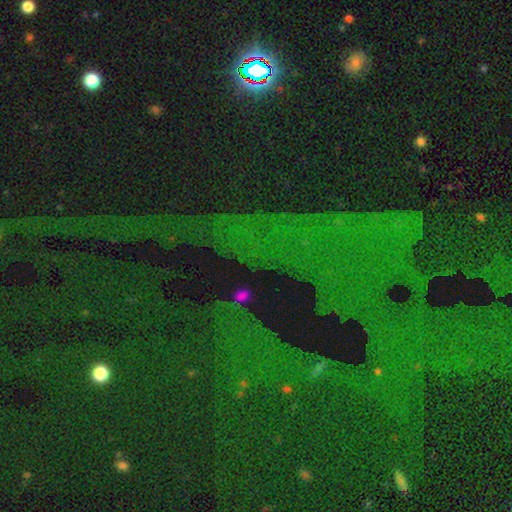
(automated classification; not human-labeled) Smooth or featured: star or artifact — 82% (smooth — 9%)